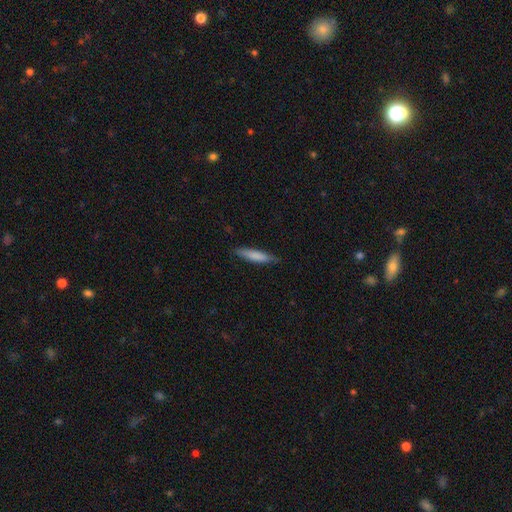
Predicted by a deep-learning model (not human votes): Smooth or featured? Predicted: smooth (p=0.78). How rounded? Predicted: cigar-shaped (p=0.85). Merging? Predicted: none (p=0.82).